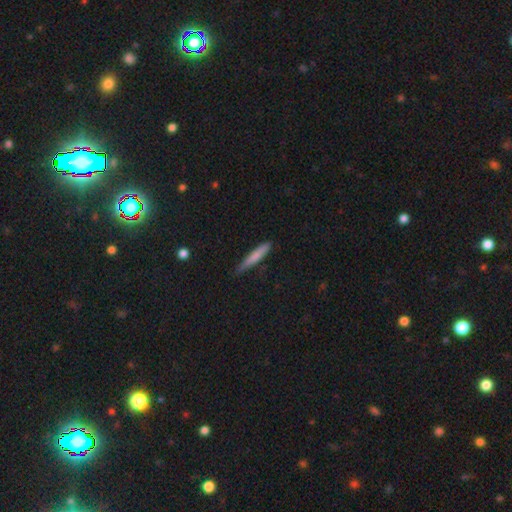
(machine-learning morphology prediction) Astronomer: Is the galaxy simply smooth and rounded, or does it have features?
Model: smooth — 75%.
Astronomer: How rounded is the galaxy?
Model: cigar-shaped — 93%.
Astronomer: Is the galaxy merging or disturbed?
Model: none — 77%.